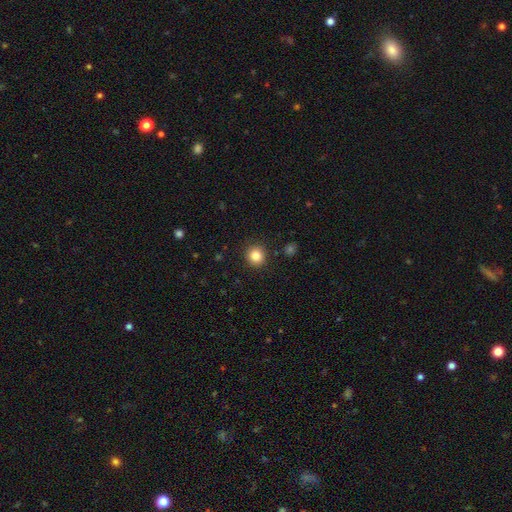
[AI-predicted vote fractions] Overall: smooth (84%). How rounded: round (93%). Merging: none (92%).